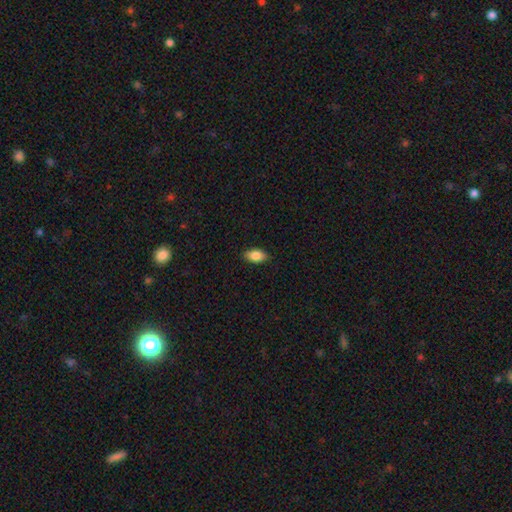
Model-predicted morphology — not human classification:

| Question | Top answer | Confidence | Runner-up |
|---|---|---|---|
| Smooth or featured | smooth | 85% | featured or disk (8%) |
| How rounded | in between | 91% | round (5%) |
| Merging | none | 88% | minor disturbance (9%) |